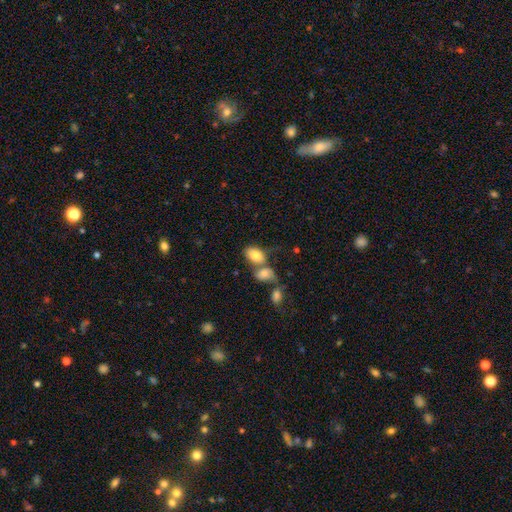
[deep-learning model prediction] Q: Smooth or featured?
A: smooth (79%); runner-up: featured or disk (13%)
Q: How rounded?
A: in between (89%); runner-up: round (9%)
Q: Merging?
A: merger (48%); runner-up: none (35%)